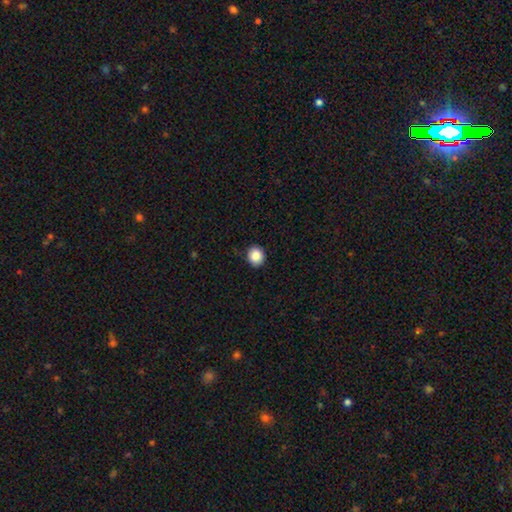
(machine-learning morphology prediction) Smooth or featured: smooth — 88% (star or artifact — 9%)
How rounded: round — 81% (in between — 18%)
Merging: none — 90% (minor disturbance — 7%)